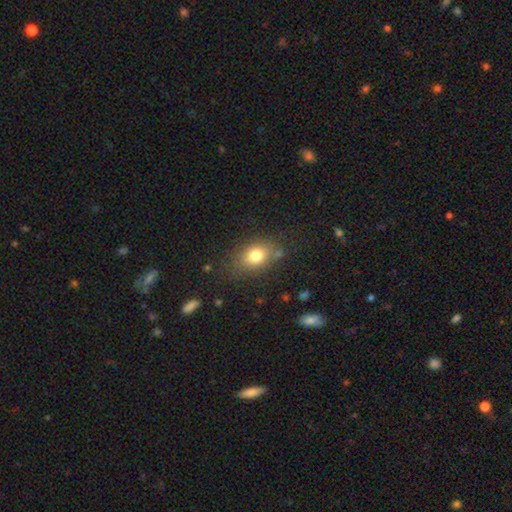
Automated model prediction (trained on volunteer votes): smooth-or-featured: smooth: 78% | featured or disk: 12% | star or artifact: 11%
  how-rounded: in between: 73% | round: 26% | cigar-shaped: 2%
  merging: none: 76% | minor disturbance: 16% | major disturbance: 5% | merger: 3%